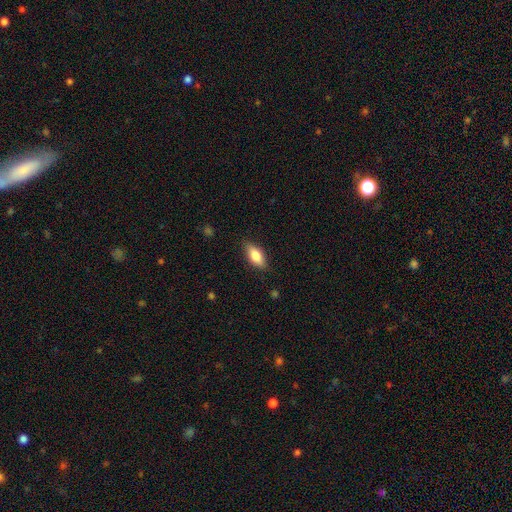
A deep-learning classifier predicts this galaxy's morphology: Smooth or featured? smooth (78%)
How rounded? in between (83%)
Merging? none (83%)